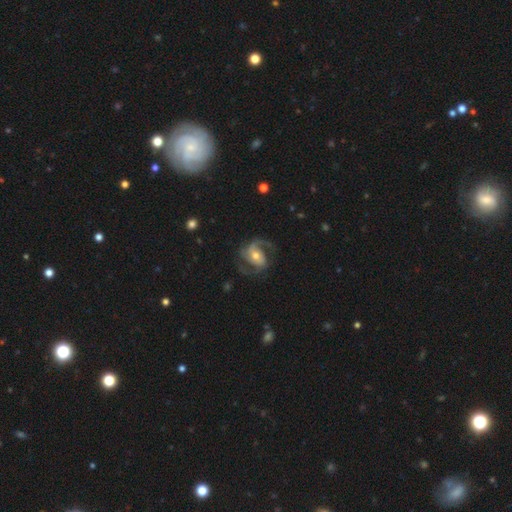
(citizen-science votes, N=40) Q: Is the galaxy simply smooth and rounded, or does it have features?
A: featured or disk — 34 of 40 (85%).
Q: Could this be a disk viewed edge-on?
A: no — 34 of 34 (100%).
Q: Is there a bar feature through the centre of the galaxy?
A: no — 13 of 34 (38%).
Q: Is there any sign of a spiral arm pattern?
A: yes — 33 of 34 (97%).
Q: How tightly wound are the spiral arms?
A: medium — 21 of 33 (64%).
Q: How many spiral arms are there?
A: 2 — 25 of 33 (76%).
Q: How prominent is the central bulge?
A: moderate — 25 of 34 (74%).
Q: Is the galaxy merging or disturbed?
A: none — 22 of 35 (63%).